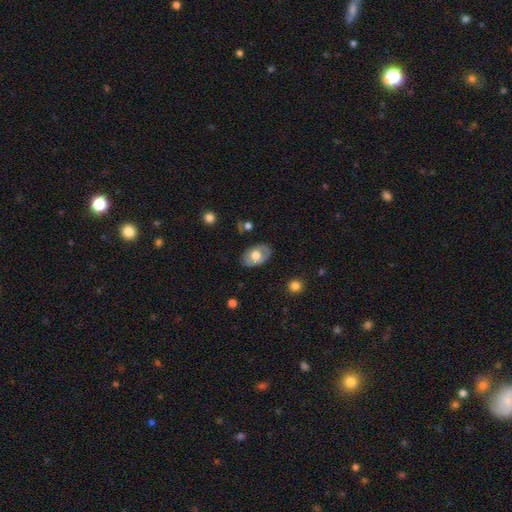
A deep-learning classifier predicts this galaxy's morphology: Overall: smooth (56%; featured or disk 38%). How rounded: in between (87%). Merging: none (81%).